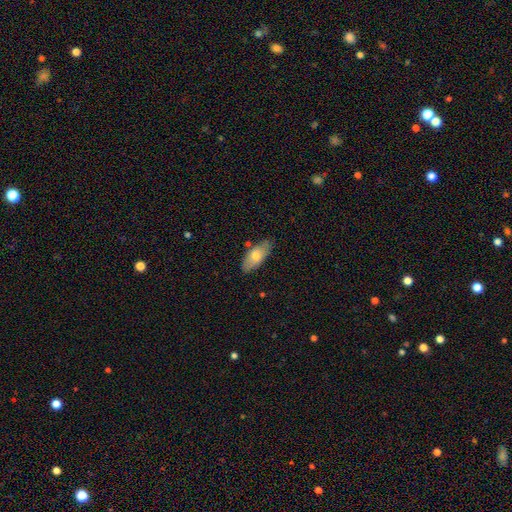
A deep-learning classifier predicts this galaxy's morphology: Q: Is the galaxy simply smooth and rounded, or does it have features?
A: smooth — 71%.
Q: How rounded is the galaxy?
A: in between — 87%.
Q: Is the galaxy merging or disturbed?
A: none — 77%.